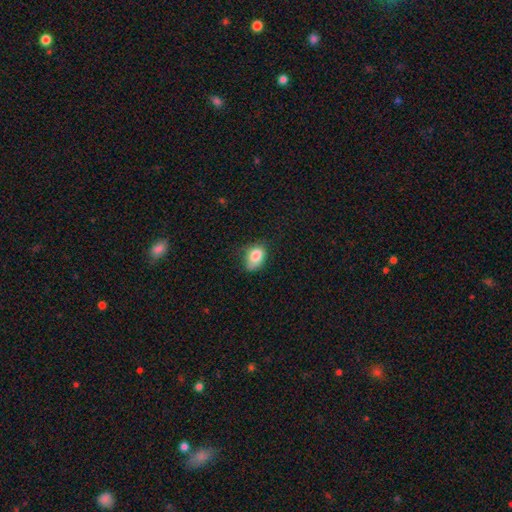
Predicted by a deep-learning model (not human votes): Morphology: type=smooth (83%); roundness=in between (80%); merging=none (53%).